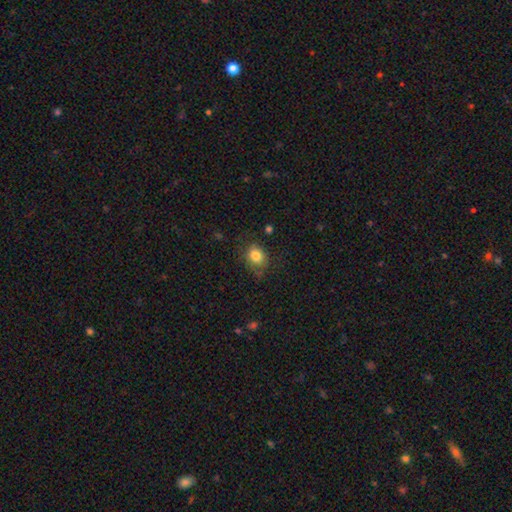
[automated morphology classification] Overall: smooth (82%). How rounded: round (54%; in between 45%). Merging: none (69%).